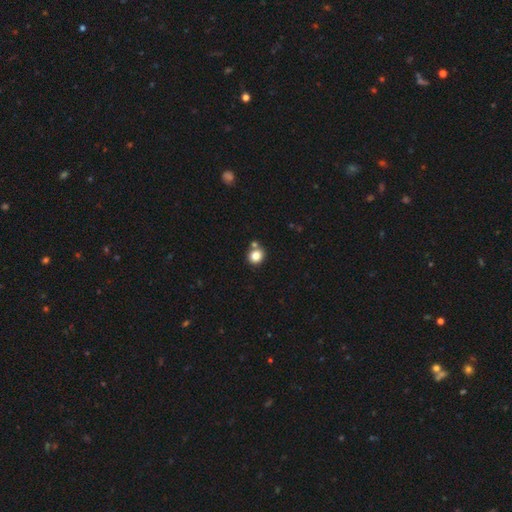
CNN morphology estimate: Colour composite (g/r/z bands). It shows a smooth galaxy with no disk features (83%) that is round (81%). Merging: none (70%).